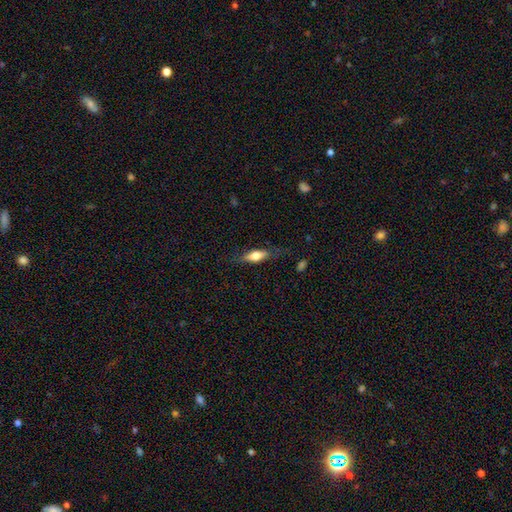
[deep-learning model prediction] The model was most divided on "how rounded": in between: 55%, cigar-shaped: 42%, round: 3%. More confident: merging — none (71%); smooth or featured — smooth (60%).